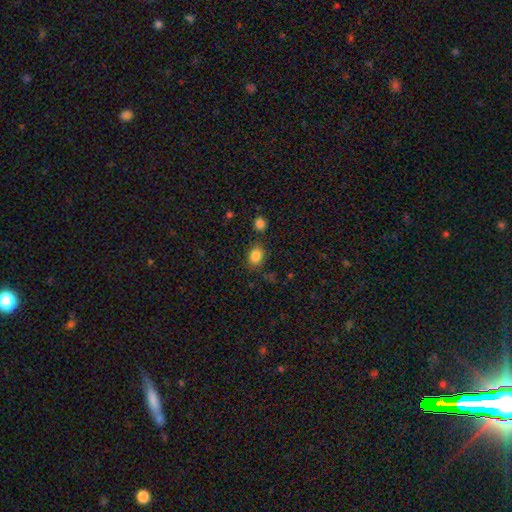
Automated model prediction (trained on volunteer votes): A smooth galaxy with no disk features (85%) that is in between round and cigar-shaped (58%).

Vote fractions:
- Smooth or featured? smooth: 85% / star or artifact: 10% / featured or disk: 5%
- How rounded? in between: 58% / round: 41% / cigar-shaped: 1%
- Merging? none: 76% / minor disturbance: 14% / merger: 5% / major disturbance: 4%